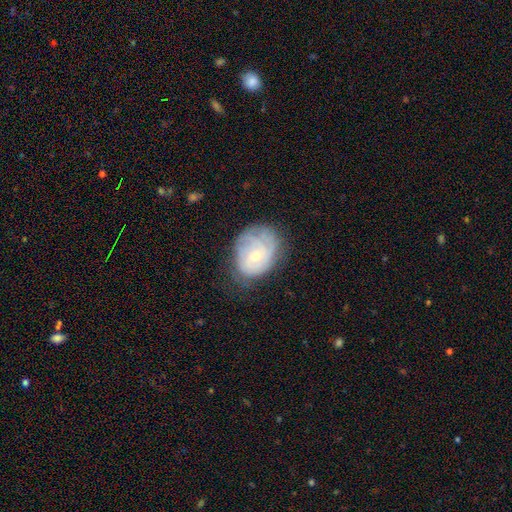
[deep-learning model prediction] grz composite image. It shows a featured or disk galaxy (64%) with no bar (72%), spiral arms (81%) and a small central bulge (62%). Merging: none (61%).